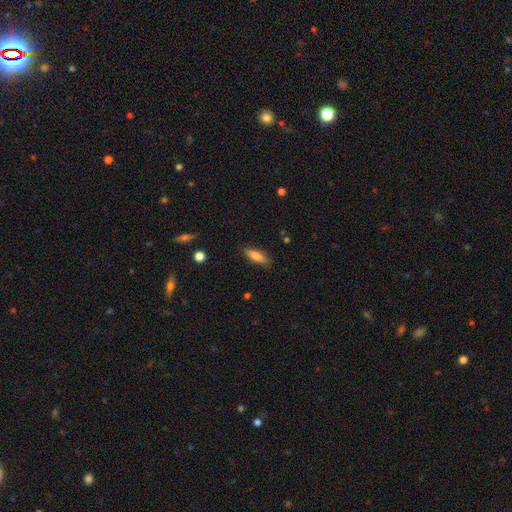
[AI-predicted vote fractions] This is likely a smooth galaxy (77%). How rounded: possibly in between (50%). Merging: clearly none (84%).